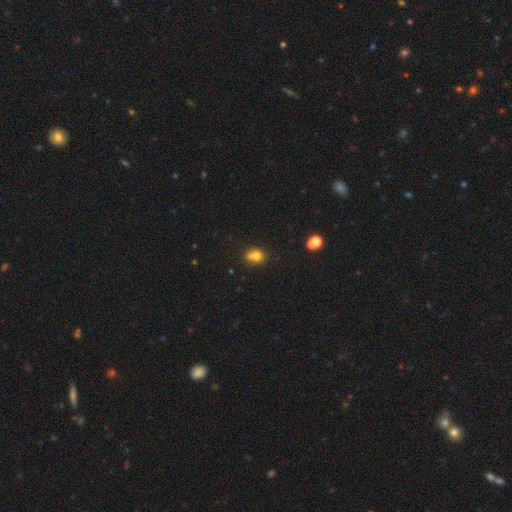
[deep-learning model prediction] Morphology: type=smooth (74%); roundness=round (67%); merging=none (49%).